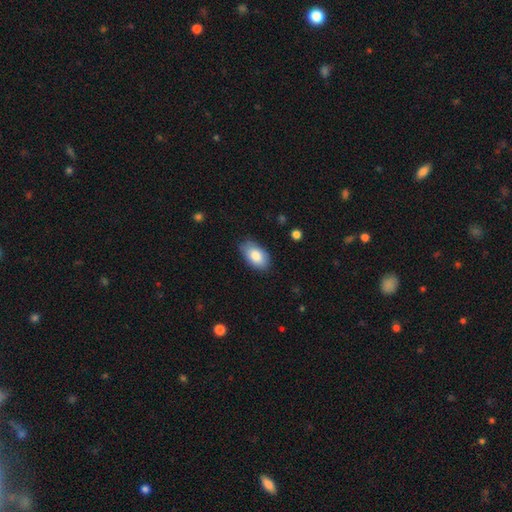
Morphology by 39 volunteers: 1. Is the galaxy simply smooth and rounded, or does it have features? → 90% smooth, 10% featured or disk, 0% star or artifact.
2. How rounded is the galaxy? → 97% in between, 3% round, 0% cigar-shaped.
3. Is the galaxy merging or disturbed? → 82% none, 18% minor disturbance, 0% major disturbance, 0% merger.